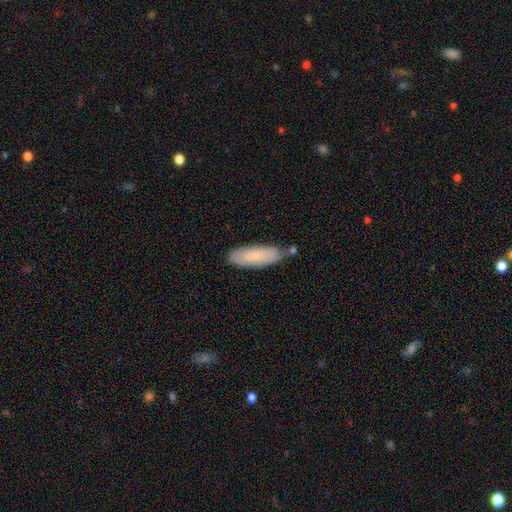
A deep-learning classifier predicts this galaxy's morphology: A smooth galaxy with no disk features (78%) that is in between round and cigar-shaped (57%). Merging: none (71%).